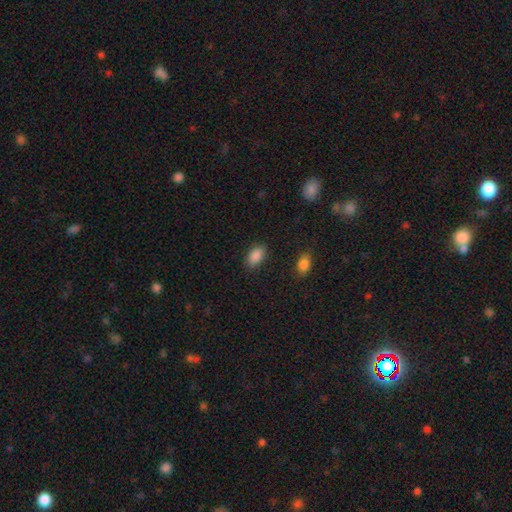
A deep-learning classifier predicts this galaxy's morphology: This is clearly a smooth galaxy (89%). How rounded: clearly in between (92%). Merging: clearly none (84%).